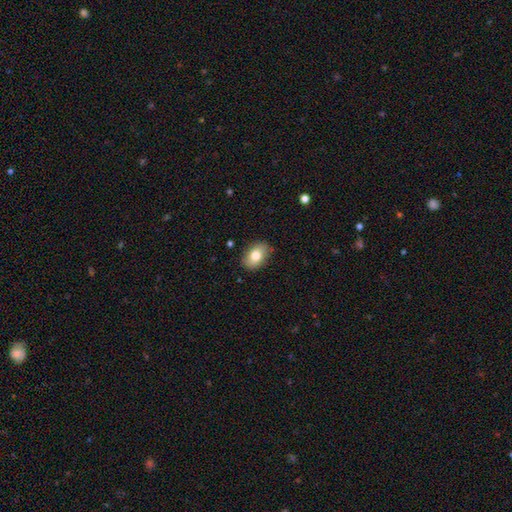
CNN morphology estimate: This is likely a smooth galaxy (80%). How rounded: clearly in between (84%). Merging: clearly none (85%).